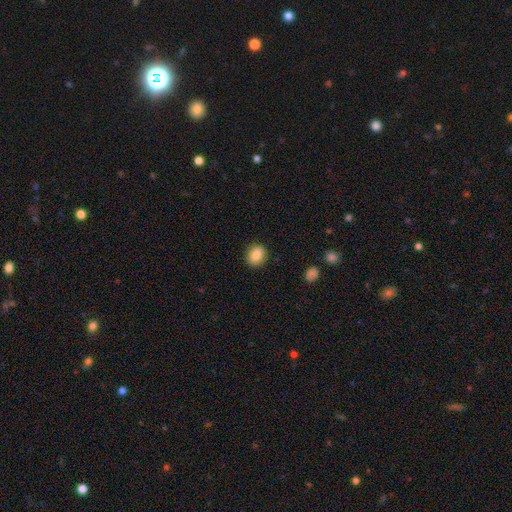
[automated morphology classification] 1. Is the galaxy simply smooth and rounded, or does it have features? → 86% smooth, 8% star or artifact, 5% featured or disk.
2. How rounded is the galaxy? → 57% round, 42% in between, 1% cigar-shaped.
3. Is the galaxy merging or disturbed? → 88% none, 9% minor disturbance, 2% major disturbance, 1% merger.